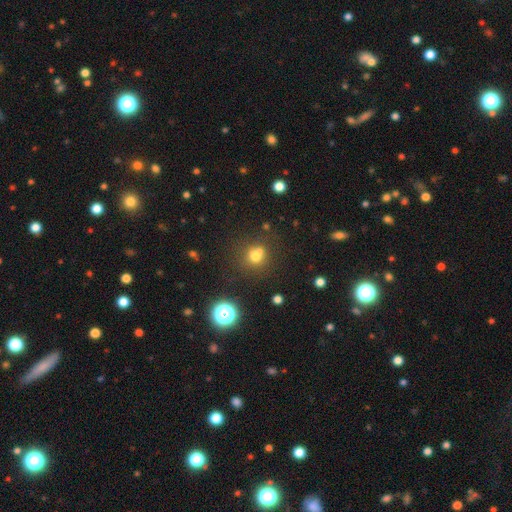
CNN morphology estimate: Q: Smooth or featured?
A: smooth (66%); runner-up: star or artifact (20%)
Q: How rounded?
A: round (83%); runner-up: in between (16%)
Q: Merging?
A: none (49%); runner-up: merger (36%)